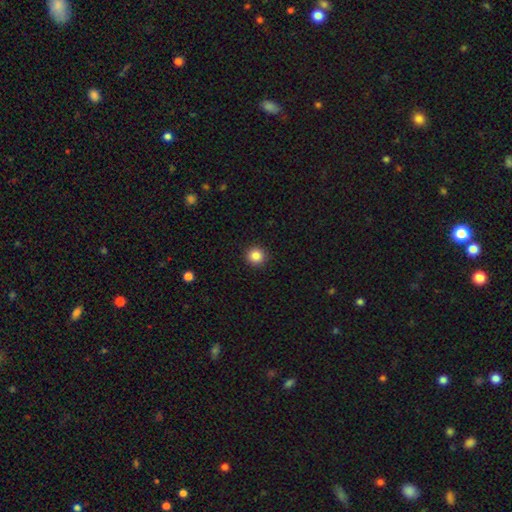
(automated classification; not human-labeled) A smooth galaxy with no disk features (86%) that is round (94%). Merging: none (93%).